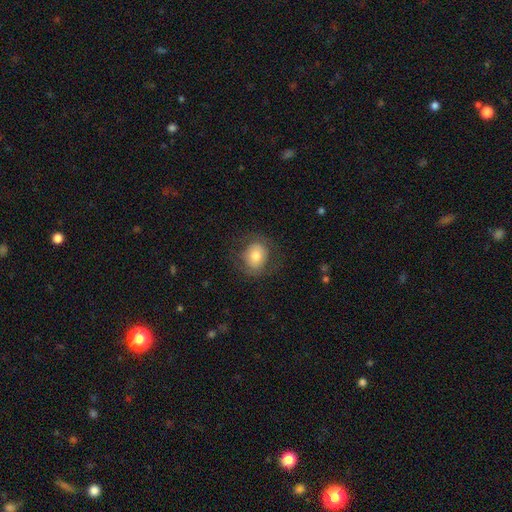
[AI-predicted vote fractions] Smooth or featured: smooth — 71% (featured or disk — 20%)
How rounded: round — 61% (in between — 38%)
Merging: none — 75% (minor disturbance — 15%)